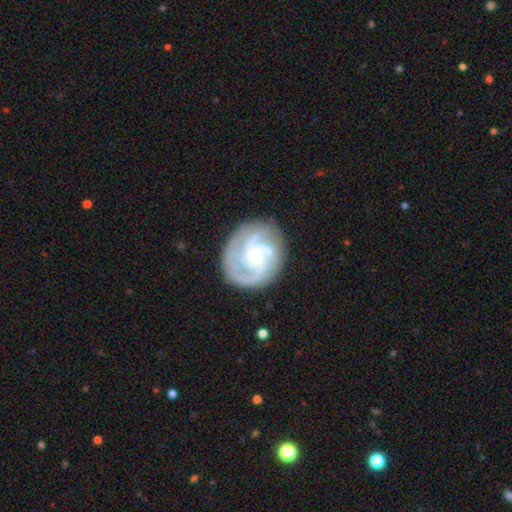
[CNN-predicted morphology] type=featured or disk (83%); edge-on=no (98%); bar=no (66%); spiral arms=yes (94%); winding=tight (53%); arm count=3 (33%); bulge=small (71%); merging=none (68%).